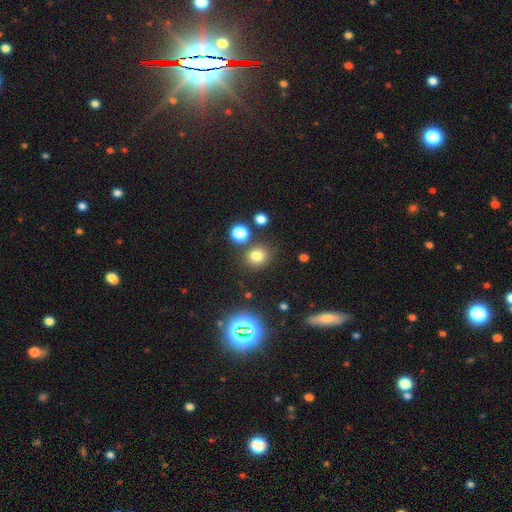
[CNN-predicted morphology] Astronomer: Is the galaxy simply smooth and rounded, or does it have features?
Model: smooth — 74%.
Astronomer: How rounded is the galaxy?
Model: round — 80%.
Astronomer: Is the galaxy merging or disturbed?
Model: none — 80%.